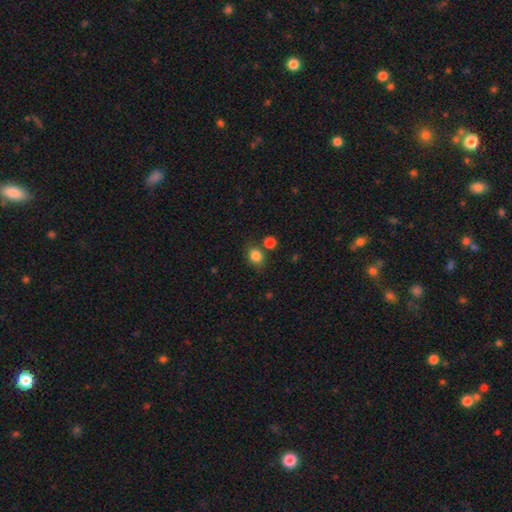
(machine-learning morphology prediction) smooth_or_featured: smooth (p=0.84) [alt: star or artifact p=0.11]
how_rounded: round (p=0.62) [alt: in between p=0.37]
merging: none (p=0.73) [alt: minor disturbance p=0.13]